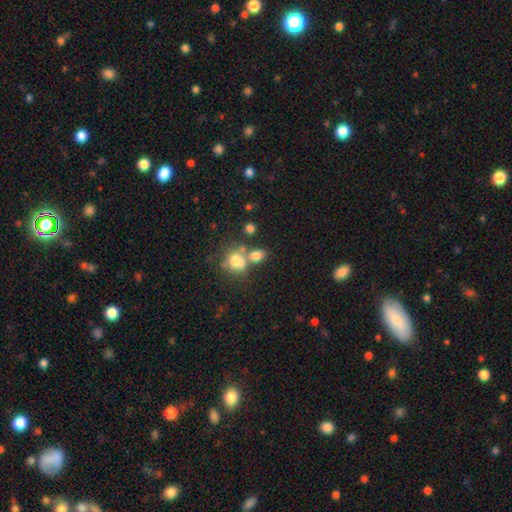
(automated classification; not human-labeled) smooth_or_featured: smooth (p=0.72) [alt: featured or disk p=0.14]
how_rounded: in between (p=0.55) [alt: round p=0.43]
merging: merger (p=0.44) [alt: none p=0.40]